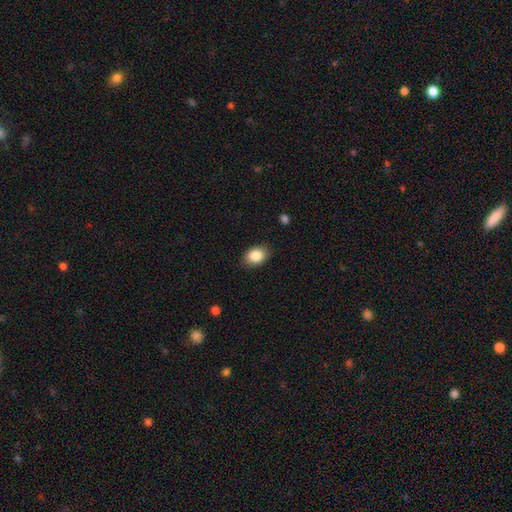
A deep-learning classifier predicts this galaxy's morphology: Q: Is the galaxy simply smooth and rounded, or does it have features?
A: smooth — 87%.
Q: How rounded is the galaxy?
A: in between — 76%.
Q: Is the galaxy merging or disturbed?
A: none — 85%.